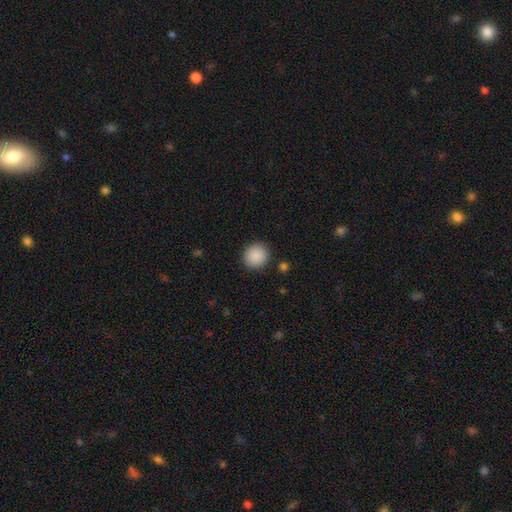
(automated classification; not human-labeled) This is clearly a smooth galaxy (90%). How rounded: clearly round (90%). Merging: clearly none (91%).